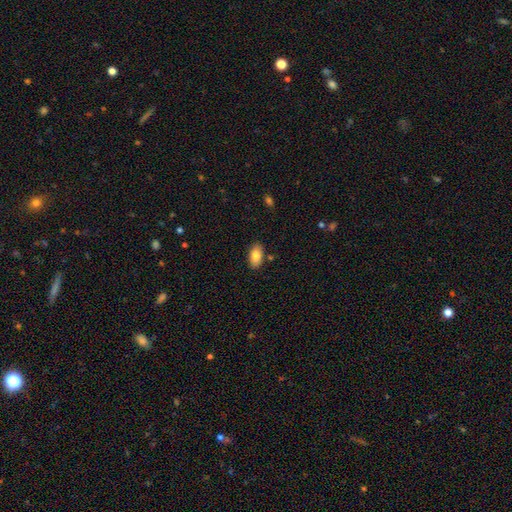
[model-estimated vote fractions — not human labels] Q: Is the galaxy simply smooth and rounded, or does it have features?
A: smooth — 83%.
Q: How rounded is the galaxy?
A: in between — 94%.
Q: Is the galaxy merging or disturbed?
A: none — 85%.